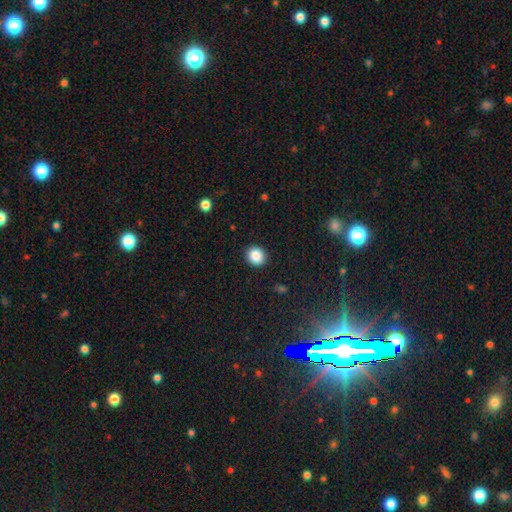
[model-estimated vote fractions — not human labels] This appears to be a smooth galaxy with no disk features (87%) that is round (82%). Merging: none (91%).